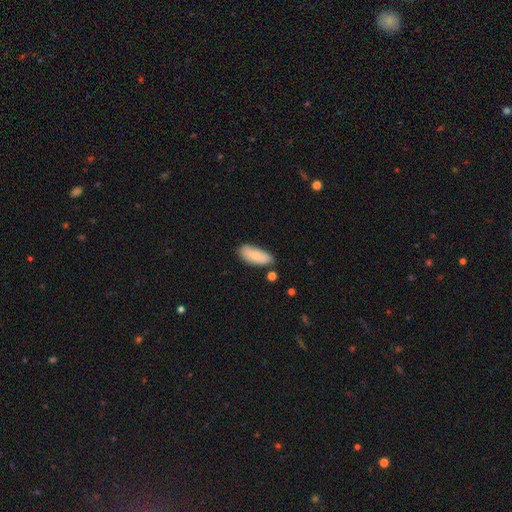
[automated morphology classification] smooth 77%, featured or disk 16%, star or artifact 6%. Down the decision tree: how rounded — in between (84%); merging — none (72%).